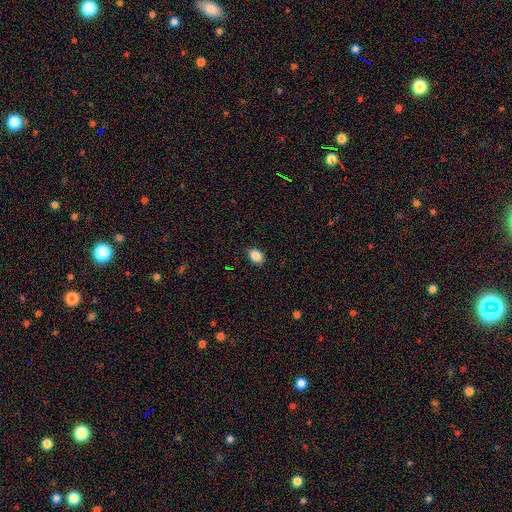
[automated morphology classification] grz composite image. It shows a smooth galaxy with no disk features (87%) that is in between round and cigar-shaped (75%). Merging: none (88%).